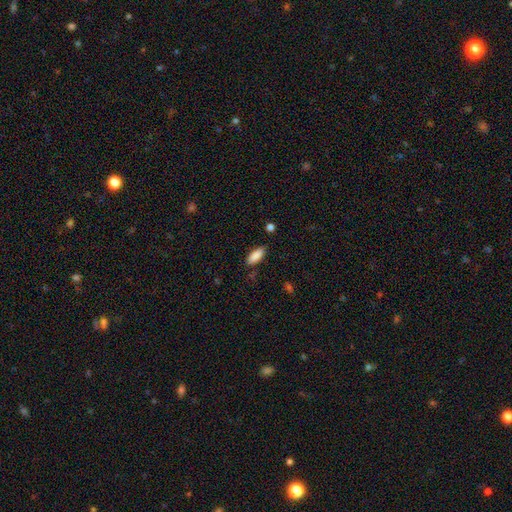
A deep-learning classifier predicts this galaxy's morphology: smooth-or-featured: smooth: 88% | star or artifact: 7% | featured or disk: 5%
  how-rounded: in between: 78% | cigar-shaped: 20% | round: 2%
  merging: none: 82% | minor disturbance: 13% | major disturbance: 3% | merger: 2%